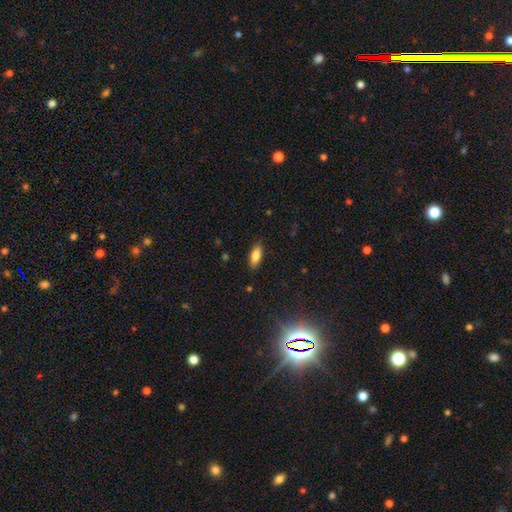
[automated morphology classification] Q: Smooth or featured?
A: smooth (83%); runner-up: featured or disk (9%)
Q: How rounded?
A: in between (78%); runner-up: cigar-shaped (20%)
Q: Merging?
A: none (87%); runner-up: minor disturbance (10%)